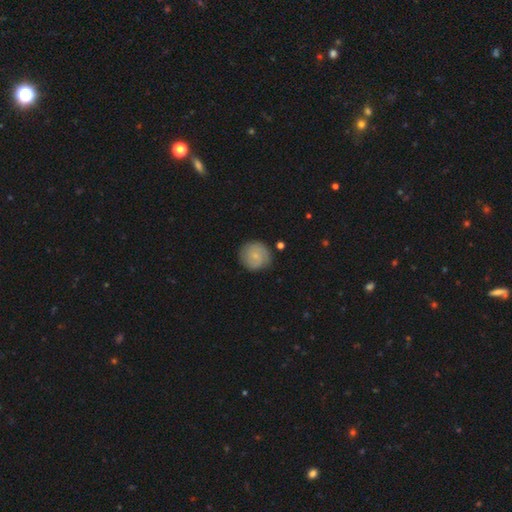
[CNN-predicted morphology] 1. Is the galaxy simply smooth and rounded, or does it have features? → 64% smooth, 29% featured or disk, 7% star or artifact.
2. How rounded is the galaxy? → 92% round, 7% in between, 1% cigar-shaped.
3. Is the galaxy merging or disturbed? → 79% none, 16% minor disturbance, 4% major disturbance, 2% merger.